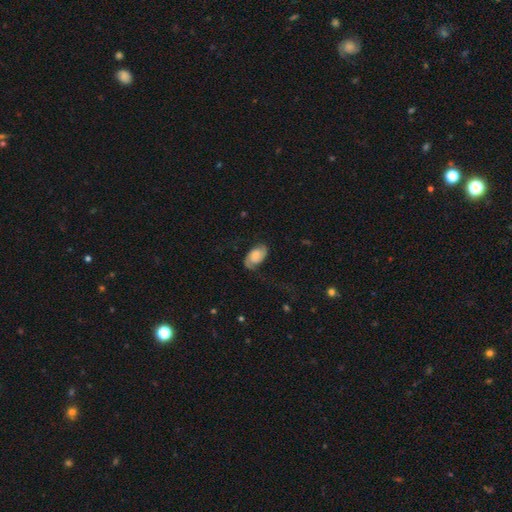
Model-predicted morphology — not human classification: This is likely a featured or disk galaxy (68%). It is clearly not viewed edge-on (97%). Bar: likely no (67%). Spiral arm pattern: clearly yes (94%). Spiral arm count: clearly 2 (87%). Spiral winding: marginally medium (41%). Central bulge: marginally moderate (35%). Merging: likely none (66%).